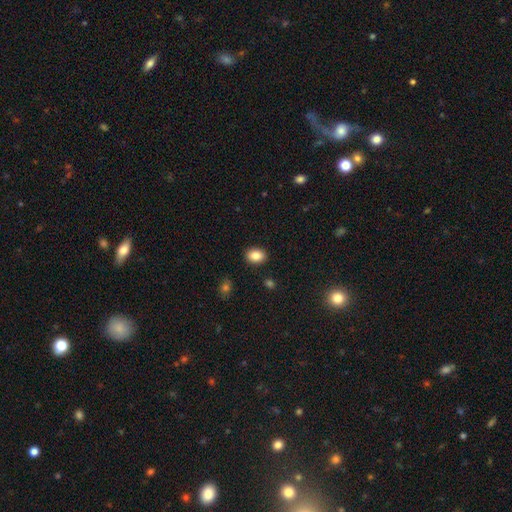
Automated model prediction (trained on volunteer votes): Q: Smooth or featured?
A: smooth (86%); runner-up: star or artifact (8%)
Q: How rounded?
A: in between (71%); runner-up: round (28%)
Q: Merging?
A: none (89%); runner-up: minor disturbance (7%)